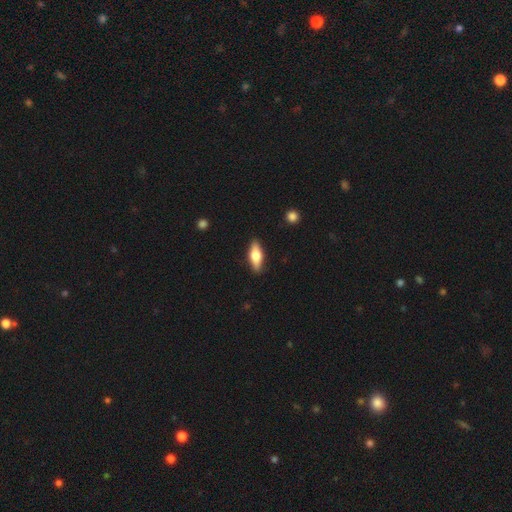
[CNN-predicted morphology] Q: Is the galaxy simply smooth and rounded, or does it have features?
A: smooth — 58%.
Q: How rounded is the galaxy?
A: in between — 61%.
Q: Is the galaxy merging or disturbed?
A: none — 88%.